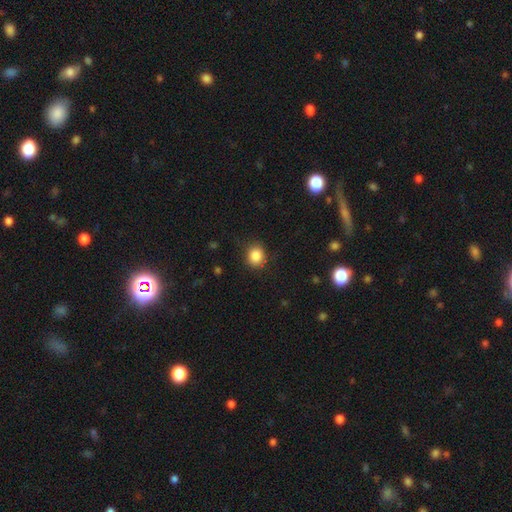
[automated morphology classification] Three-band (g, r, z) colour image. It shows a smooth galaxy with no disk features (86%) that is round (72%). Merging: none (85%).